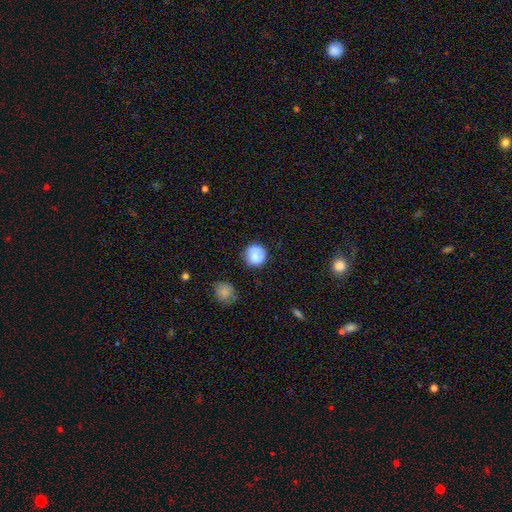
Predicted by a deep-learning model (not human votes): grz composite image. It shows a smooth galaxy with no disk features (78%) that is round (91%). Merging: none (76%).